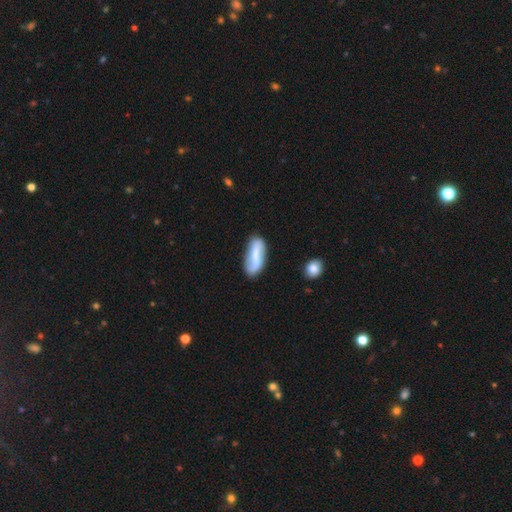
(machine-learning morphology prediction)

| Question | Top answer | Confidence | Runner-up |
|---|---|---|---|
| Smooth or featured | smooth | 52% | featured or disk (42%) |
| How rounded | in between | 77% | cigar-shaped (20%) |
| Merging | none | 71% | minor disturbance (20%) |